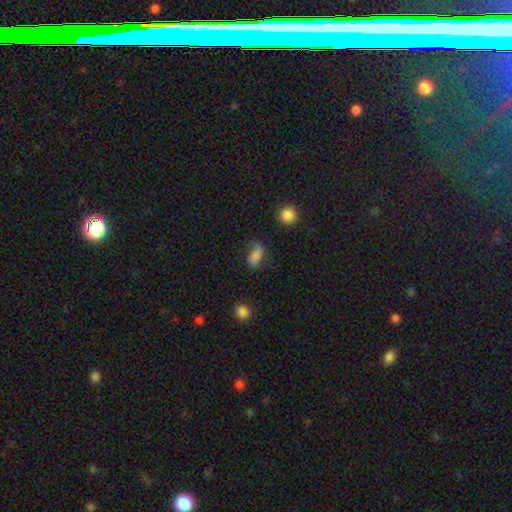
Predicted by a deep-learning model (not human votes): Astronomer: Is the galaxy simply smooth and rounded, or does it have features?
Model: smooth — 69%.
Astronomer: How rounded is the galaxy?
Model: in between — 88%.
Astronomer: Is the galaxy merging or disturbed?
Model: none — 51% (runner-up: minor disturbance, 27%).